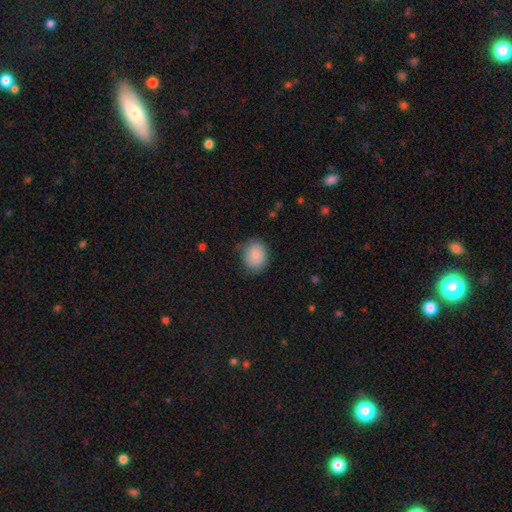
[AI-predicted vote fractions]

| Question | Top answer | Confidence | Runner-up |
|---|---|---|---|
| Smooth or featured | smooth | 85% | featured or disk (8%) |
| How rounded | round | 69% | in between (30%) |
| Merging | none | 72% | minor disturbance (22%) |